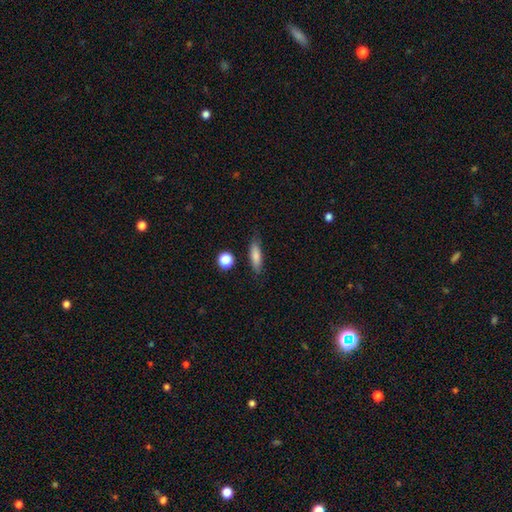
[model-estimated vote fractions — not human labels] A smooth galaxy with no disk features (81%) that is cigar-shaped (54%).

Vote fractions:
- Smooth or featured? smooth: 81% / featured or disk: 11% / star or artifact: 8%
- How rounded? cigar-shaped: 54% / in between: 43% / round: 4%
- Merging? none: 79% / minor disturbance: 15% / major disturbance: 4% / merger: 3%